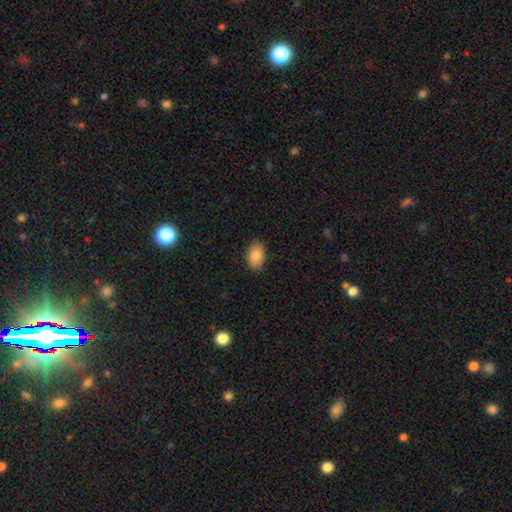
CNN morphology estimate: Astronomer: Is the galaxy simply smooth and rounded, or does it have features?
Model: smooth — 87%.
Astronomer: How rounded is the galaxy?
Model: in between — 89%.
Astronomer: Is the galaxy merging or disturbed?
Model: none — 88%.